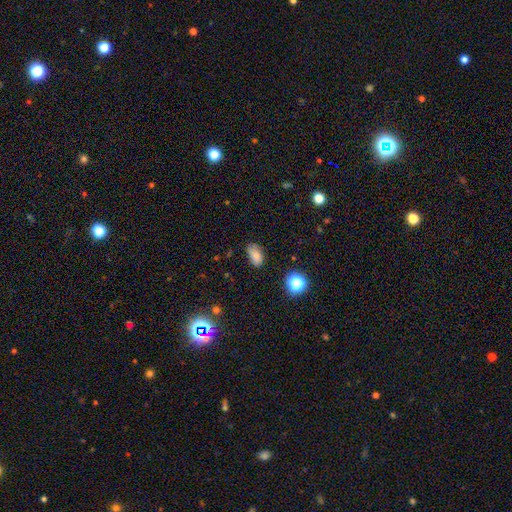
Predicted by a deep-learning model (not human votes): This is likely a smooth galaxy (75%). How rounded: clearly in between (88%). Merging: likely none (70%).